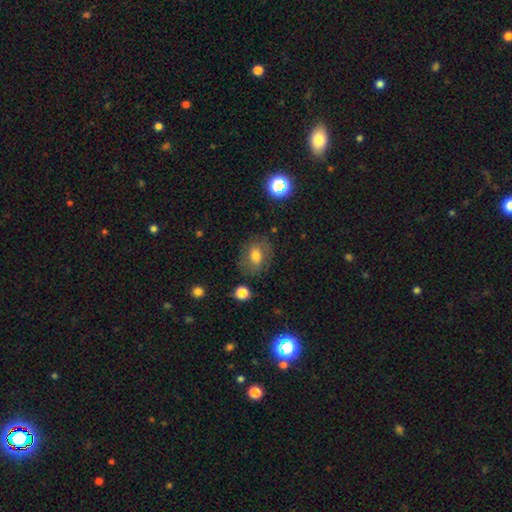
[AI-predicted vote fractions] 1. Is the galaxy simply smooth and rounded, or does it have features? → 59% smooth, 25% featured or disk, 15% star or artifact.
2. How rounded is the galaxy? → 55% in between, 43% round, 1% cigar-shaped.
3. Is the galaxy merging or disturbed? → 78% none, 15% minor disturbance, 6% major disturbance, 2% merger.